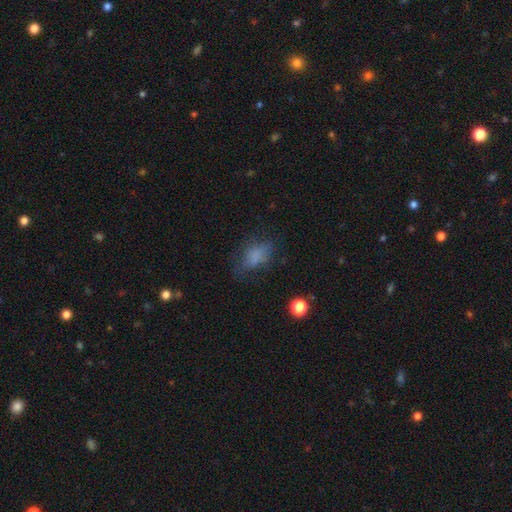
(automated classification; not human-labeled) smooth_or_featured: smooth (p=0.70) [alt: featured or disk p=0.16]
how_rounded: in between (p=0.82) [alt: round p=0.14]
merging: none (p=0.53) [alt: minor disturbance p=0.25]